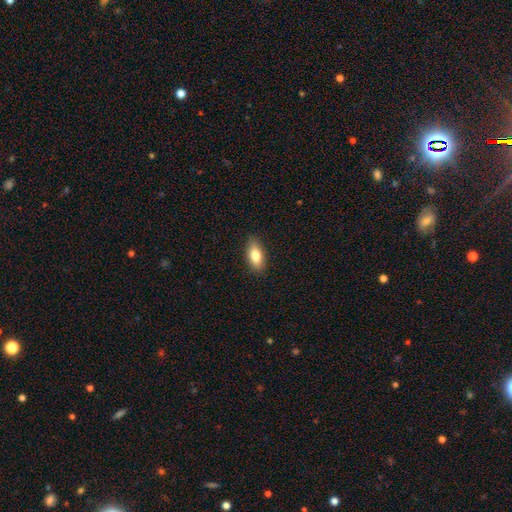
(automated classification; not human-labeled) This is clearly a smooth galaxy (81%). How rounded: clearly in between (83%). Merging: clearly none (85%).